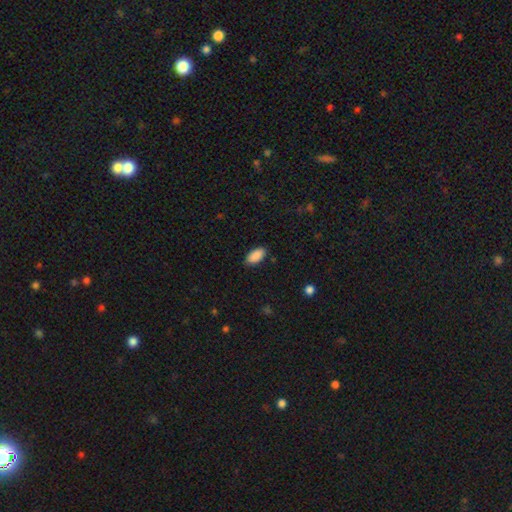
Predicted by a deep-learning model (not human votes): Smooth or featured: smooth — 90% (star or artifact — 7%)
How rounded: in between — 93% (cigar-shaped — 4%)
Merging: none — 87% (minor disturbance — 9%)